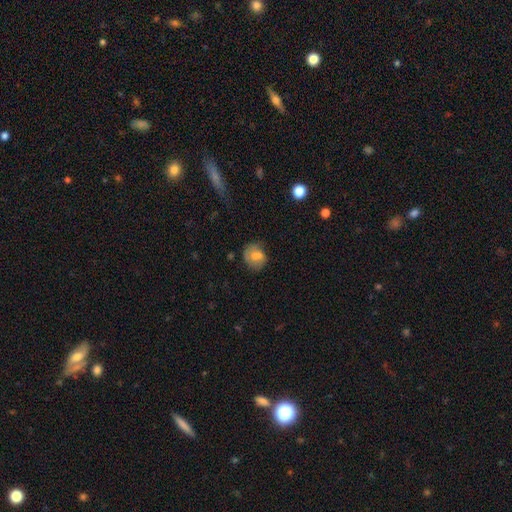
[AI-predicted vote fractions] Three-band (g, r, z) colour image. It shows a smooth galaxy with no disk features (69%) that is round (70%). Merging: none (56%).